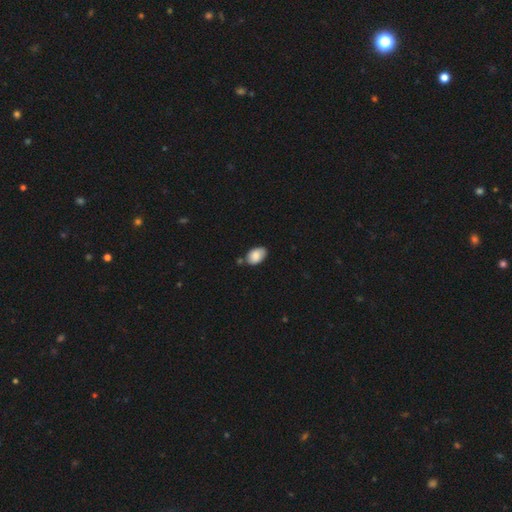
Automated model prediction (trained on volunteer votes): Smooth or featured?
  - smooth: 85% *
  - featured or disk: 8%
  - star or artifact: 7%
How rounded?
  - in between: 91% *
  - round: 8%
  - cigar-shaped: 1%
Merging?
  - none: 71% *
  - minor disturbance: 19%
  - merger: 7%
  - major disturbance: 3%